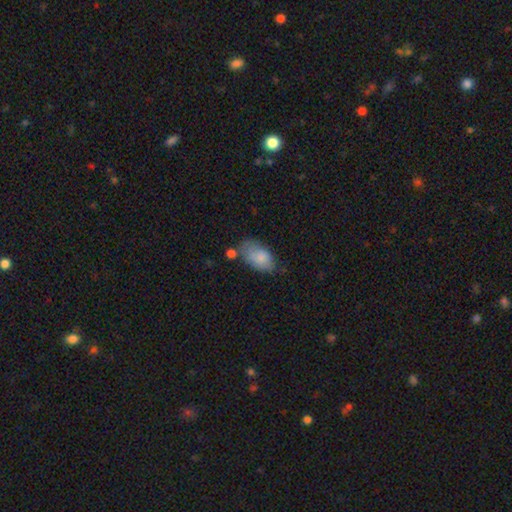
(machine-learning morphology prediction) Smooth or featured?
  - smooth: 77% *
  - featured or disk: 14%
  - star or artifact: 8%
How rounded?
  - in between: 92% *
  - round: 5%
  - cigar-shaped: 2%
Merging?
  - none: 57% *
  - minor disturbance: 27%
  - merger: 8%
  - major disturbance: 7%